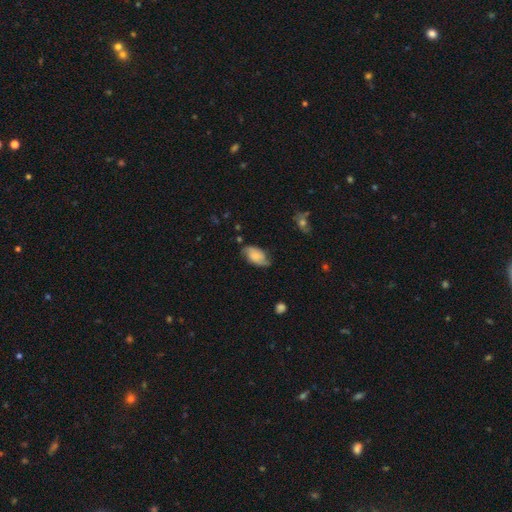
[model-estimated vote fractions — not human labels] The model was most divided on "smooth or featured": smooth: 50%, featured or disk: 41%, star or artifact: 8%. More confident: how rounded — in between (92%); merging — none (68%).